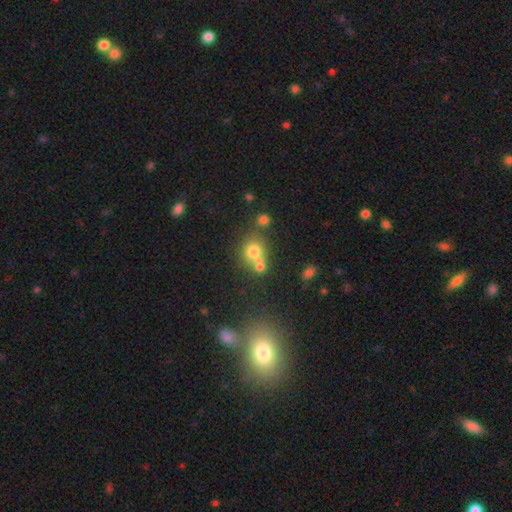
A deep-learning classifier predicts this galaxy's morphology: This is likely a smooth galaxy (66%). How rounded: likely round (77%). Merging: possibly none (49%).